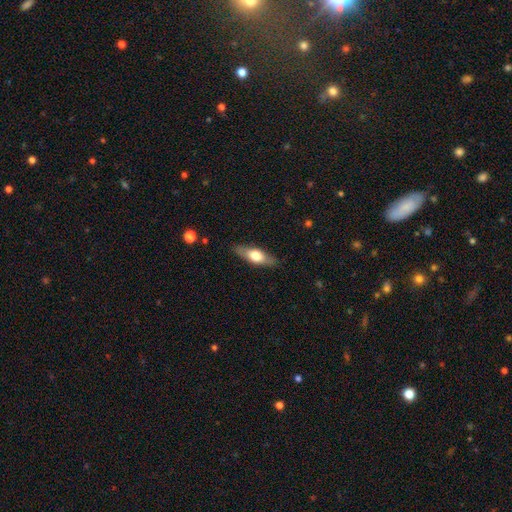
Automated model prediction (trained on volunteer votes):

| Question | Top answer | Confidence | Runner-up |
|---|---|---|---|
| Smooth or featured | smooth | 57% | featured or disk (38%) |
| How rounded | in between | 58% | cigar-shaped (39%) |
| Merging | none | 84% | minor disturbance (12%) |